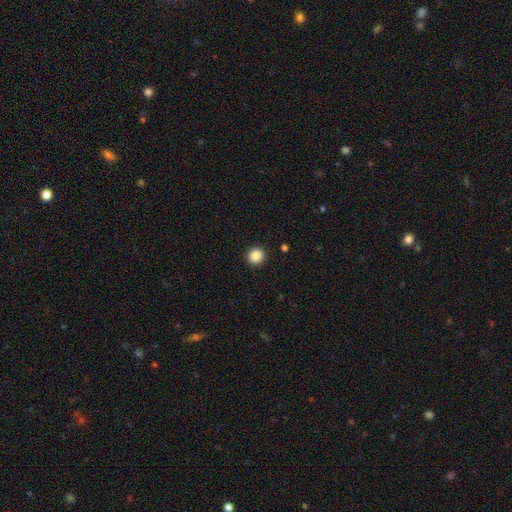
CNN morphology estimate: Smooth or featured?
  - smooth: 87% *
  - star or artifact: 10%
  - featured or disk: 3%
How rounded?
  - round: 93% *
  - in between: 7%
  - cigar-shaped: 1%
Merging?
  - none: 92% *
  - minor disturbance: 5%
  - major disturbance: 2%
  - merger: 1%